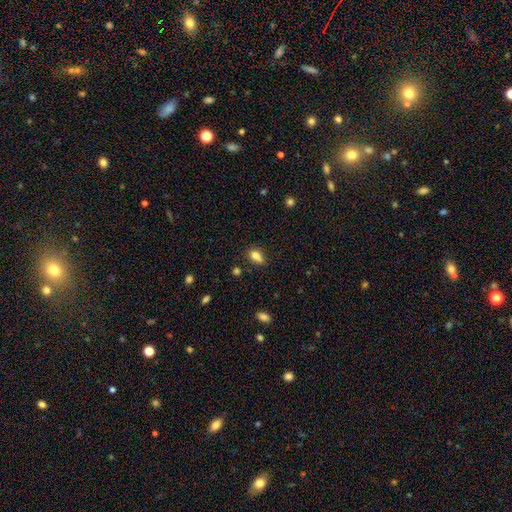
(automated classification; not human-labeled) This is likely a smooth galaxy (79%). How rounded: likely in between (71%). Merging: possibly none (55%).